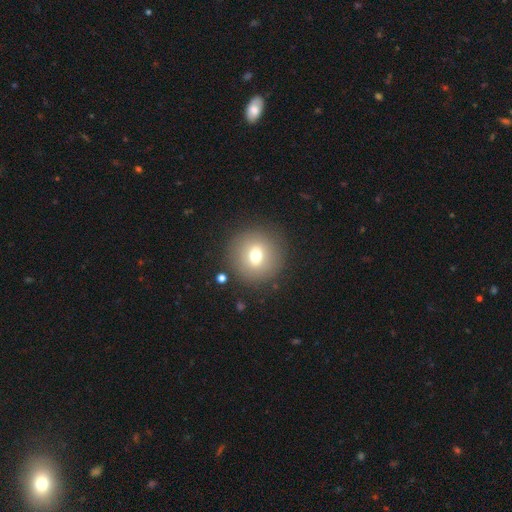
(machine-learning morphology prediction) This is likely a smooth galaxy (68%). How rounded: clearly round (94%). Merging: clearly none (87%).